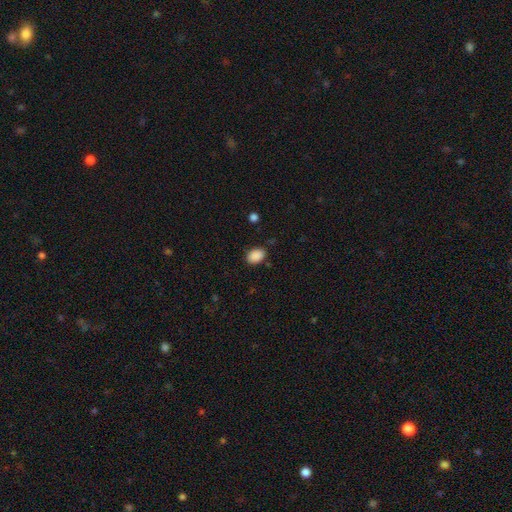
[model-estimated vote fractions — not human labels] The model was most divided on "how rounded": in between: 77%, round: 22%, cigar-shaped: 1%. More confident: smooth or featured — smooth (89%); merging — none (83%).